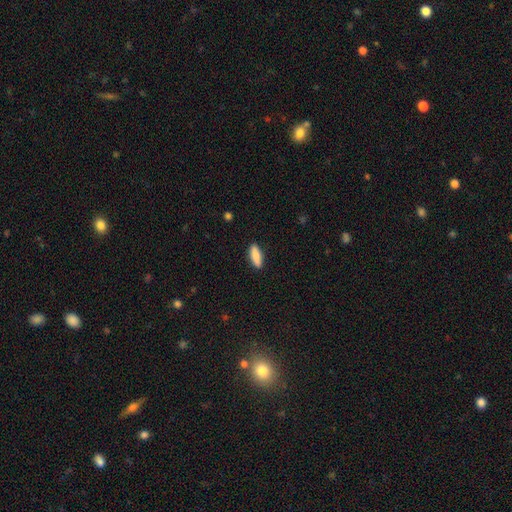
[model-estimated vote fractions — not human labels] A smooth galaxy with no disk features (84%) that is in between round and cigar-shaped (52%).

Vote fractions:
- Smooth or featured? smooth: 84% / featured or disk: 10% / star or artifact: 6%
- How rounded? in between: 52% / cigar-shaped: 46% / round: 2%
- Merging? none: 89% / minor disturbance: 8% / major disturbance: 2% / merger: 1%